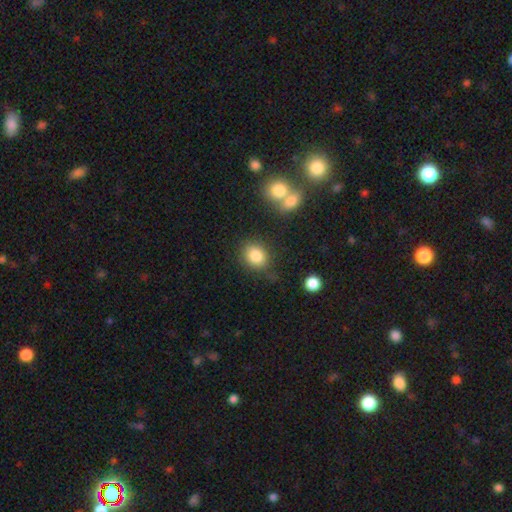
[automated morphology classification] smooth 84%, star or artifact 9%, featured or disk 7%. Down the decision tree: how rounded — round (55%); merging — none (76%).